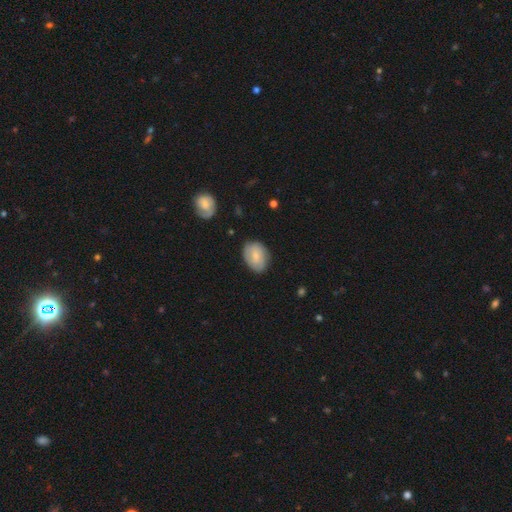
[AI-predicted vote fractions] smooth 60%, featured or disk 34%, star or artifact 6%. Down the decision tree: how rounded — in between (77%); merging — none (76%).